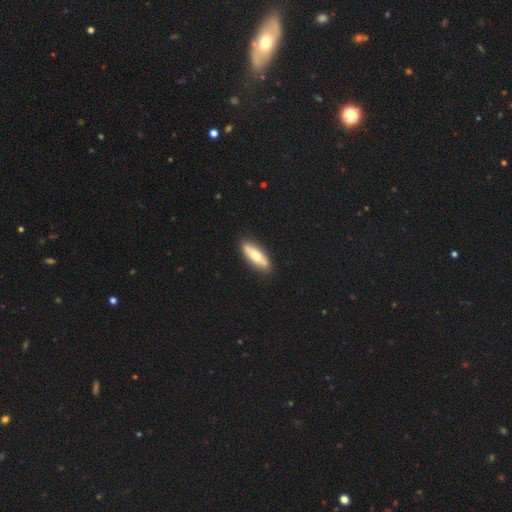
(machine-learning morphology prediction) A smooth galaxy with no disk features (60%) that is in between round and cigar-shaped (57%). Merging: none (87%).